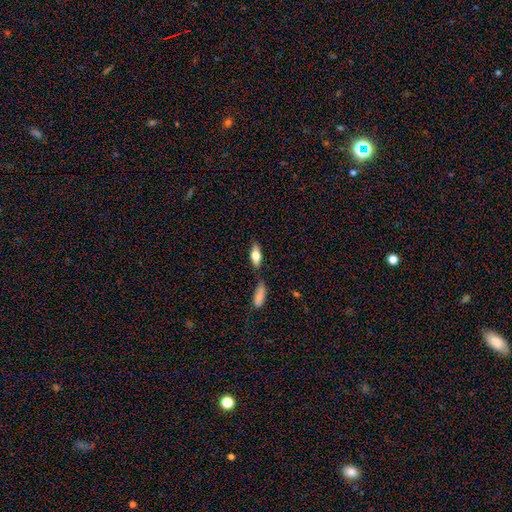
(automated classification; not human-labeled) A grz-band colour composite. It shows a smooth galaxy with no disk features (67%) that is in between round and cigar-shaped (74%). Merging: none (67%).